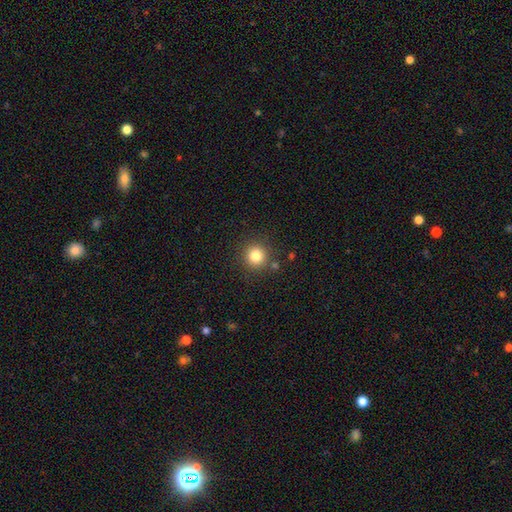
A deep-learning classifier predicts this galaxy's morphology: smooth-or-featured: smooth: 82% | star or artifact: 12% | featured or disk: 6%
  how-rounded: round: 95% | in between: 4% | cigar-shaped: 1%
  merging: none: 87% | minor disturbance: 7% | merger: 3% | major disturbance: 2%